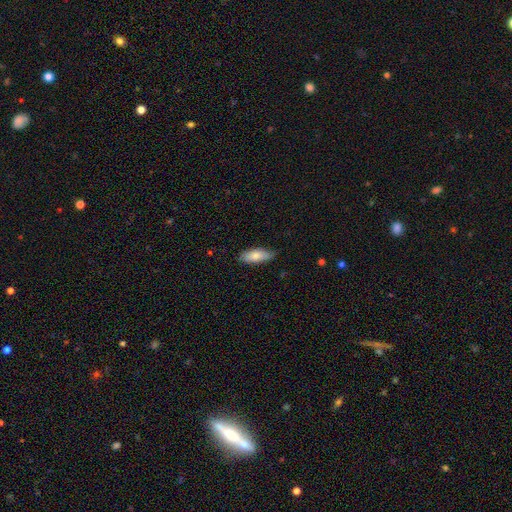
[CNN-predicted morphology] Q: Smooth or featured?
A: smooth (77%); runner-up: featured or disk (17%)
Q: How rounded?
A: in between (74%); runner-up: cigar-shaped (24%)
Q: Merging?
A: none (81%); runner-up: minor disturbance (16%)